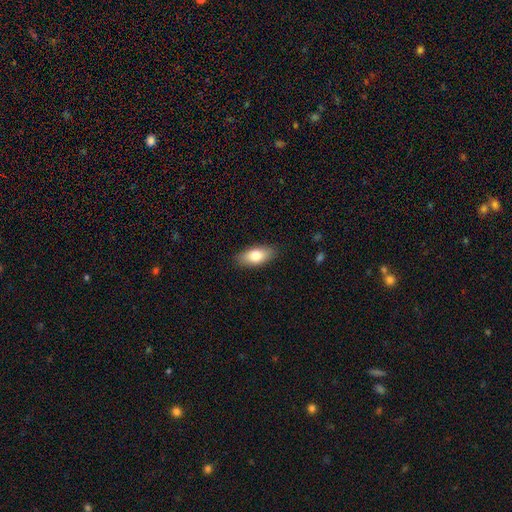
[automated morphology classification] Smooth or featured? Predicted: smooth (p=0.79). How rounded? Predicted: in between (p=0.86). Merging? Predicted: none (p=0.87).